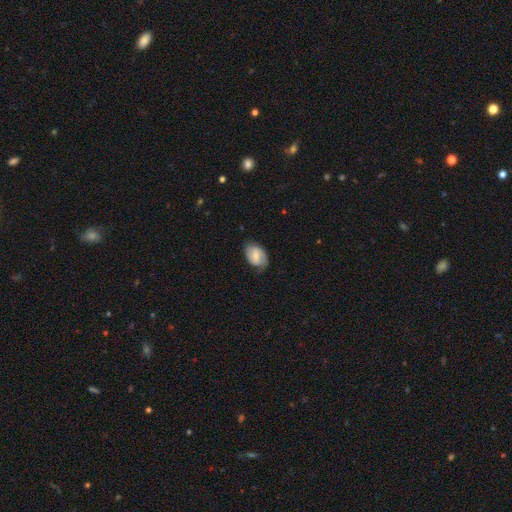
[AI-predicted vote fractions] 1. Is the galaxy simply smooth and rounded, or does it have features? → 47% smooth, 46% featured or disk, 7% star or artifact.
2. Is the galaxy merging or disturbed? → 72% none, 21% minor disturbance, 5% major disturbance, 1% merger.